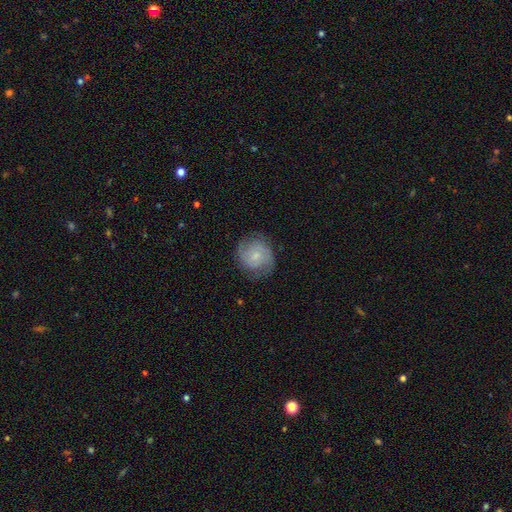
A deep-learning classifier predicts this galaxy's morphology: Smooth or featured? featured or disk (54%)
Edge-on disk? no (98%)
Bar? no (60%)
Spiral arms? yes (88%)
Bulge size? small (59%)
Merging? none (73%)